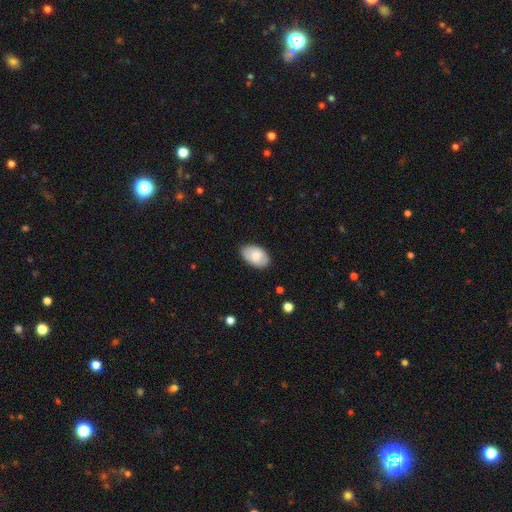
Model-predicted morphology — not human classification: A smooth galaxy with no disk features (76%) that is in between round and cigar-shaped (93%).

Vote fractions:
- Smooth or featured? smooth: 76% / featured or disk: 17% / star or artifact: 6%
- How rounded? in between: 93% / round: 6% / cigar-shaped: 1%
- Merging? none: 83% / minor disturbance: 14% / major disturbance: 2% / merger: 1%